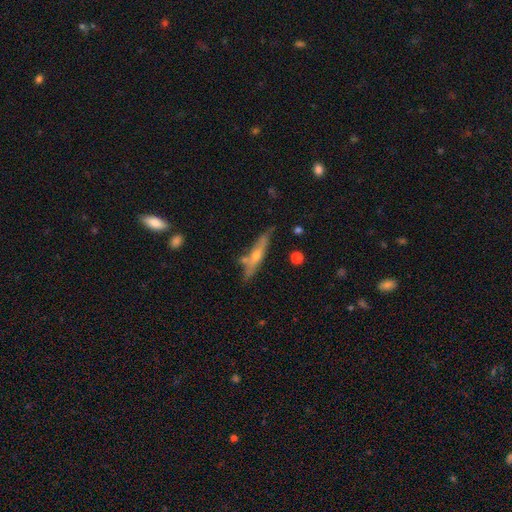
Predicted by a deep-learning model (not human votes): This appears to be a featured or disk galaxy (60%) viewed edge-on (86%) with a rounded central bulge (82%). Merging: none (68%).